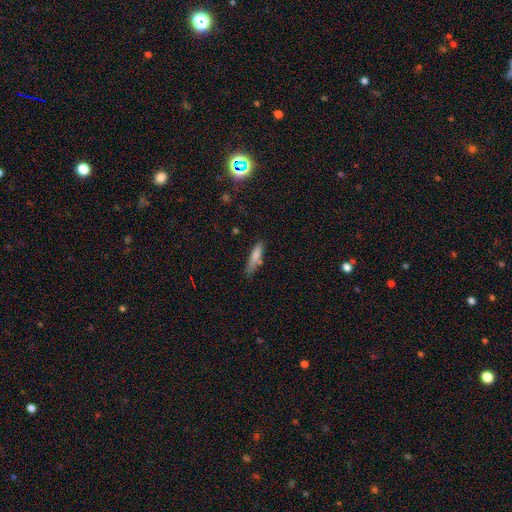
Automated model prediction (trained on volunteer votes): This is likely a smooth galaxy (77%). How rounded: likely cigar-shaped (67%). Merging: likely none (62%).